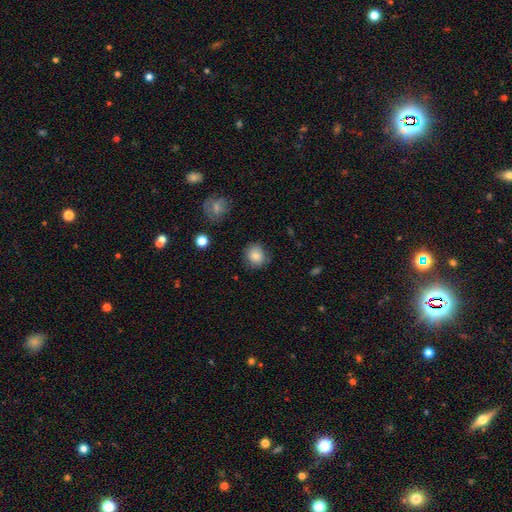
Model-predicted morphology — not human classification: The model was most divided on "merging": none: 78%, minor disturbance: 16%, major disturbance: 4%, merger: 2%. More confident: smooth or featured — smooth (81%); how rounded — round (81%).